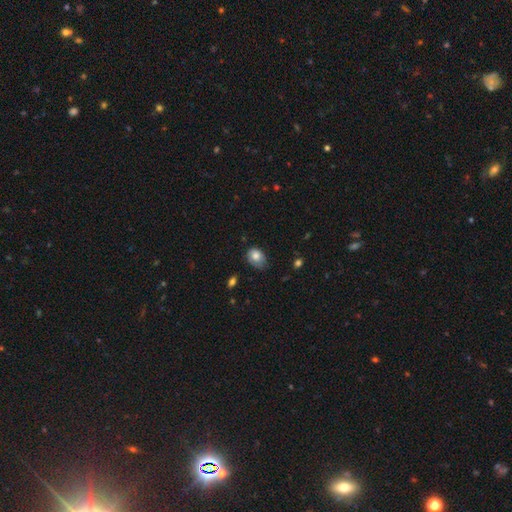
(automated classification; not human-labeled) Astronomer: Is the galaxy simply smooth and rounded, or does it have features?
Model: smooth — 77%.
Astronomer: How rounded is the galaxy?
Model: in between — 65%.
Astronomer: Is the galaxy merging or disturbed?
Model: none — 52% (runner-up: minor disturbance, 37%).